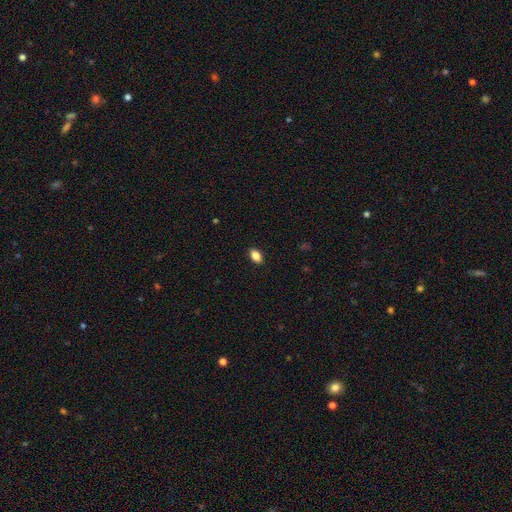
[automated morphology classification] Smooth or featured: smooth — 86% (star or artifact — 9%)
How rounded: in between — 89% (round — 9%)
Merging: none — 89% (minor disturbance — 8%)